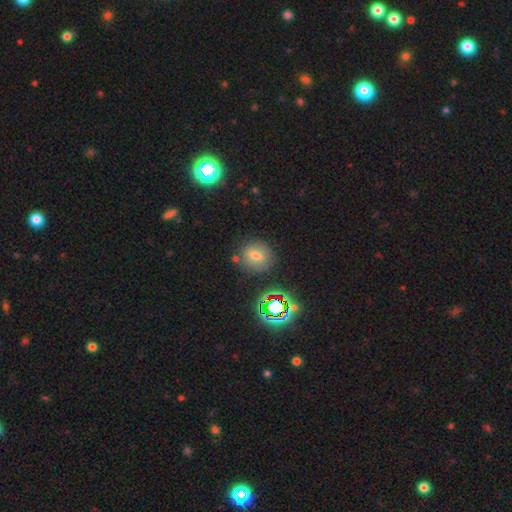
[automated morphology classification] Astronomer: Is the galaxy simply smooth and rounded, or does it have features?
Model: smooth — 63%.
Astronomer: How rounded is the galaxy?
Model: round — 71%.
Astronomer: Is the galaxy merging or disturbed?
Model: none — 79%.